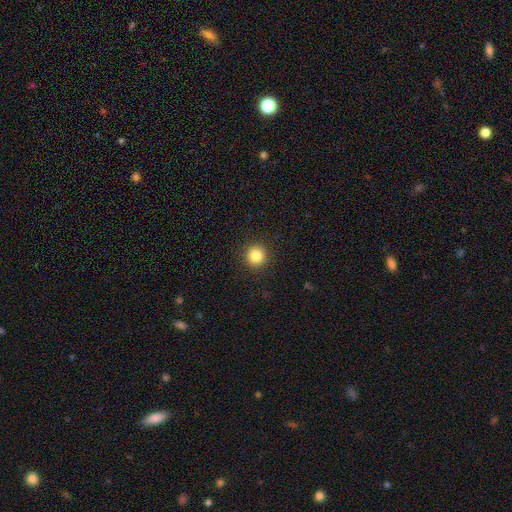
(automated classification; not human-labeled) This appears to be a smooth galaxy with no disk features (84%) that is round (95%). Merging: none (93%).